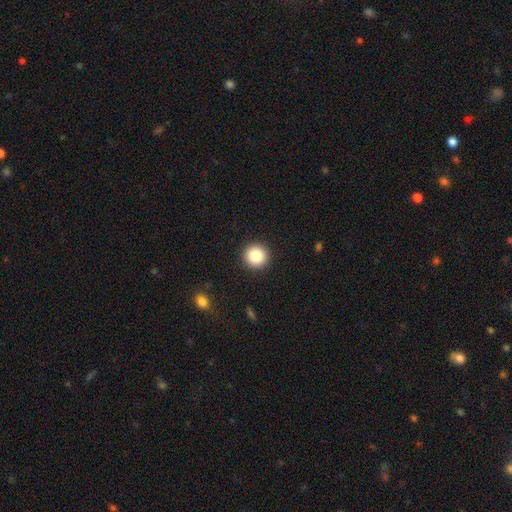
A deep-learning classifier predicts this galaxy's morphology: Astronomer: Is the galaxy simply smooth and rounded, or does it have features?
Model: smooth — 85%.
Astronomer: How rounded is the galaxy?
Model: round — 95%.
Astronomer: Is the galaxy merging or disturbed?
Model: none — 92%.